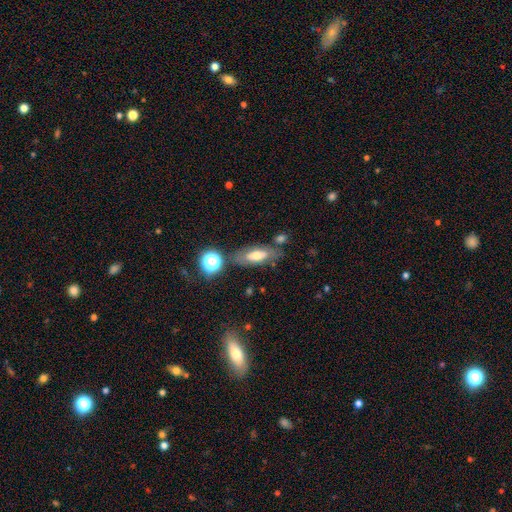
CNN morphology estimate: Q: Smooth or featured?
A: smooth (56%); runner-up: featured or disk (33%)
Q: How rounded?
A: in between (74%); runner-up: cigar-shaped (20%)
Q: Merging?
A: none (68%); runner-up: minor disturbance (17%)